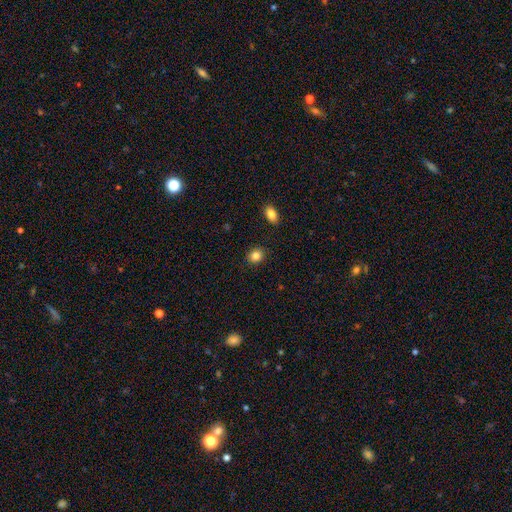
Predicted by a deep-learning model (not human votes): This appears to be a smooth galaxy with no disk features (84%) that is round (67%). Merging: none (90%).